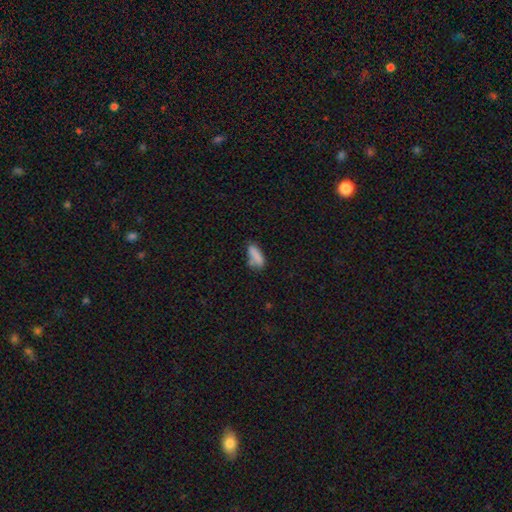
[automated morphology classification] type=smooth (82%); roundness=in between (55%); merging=none (56%).